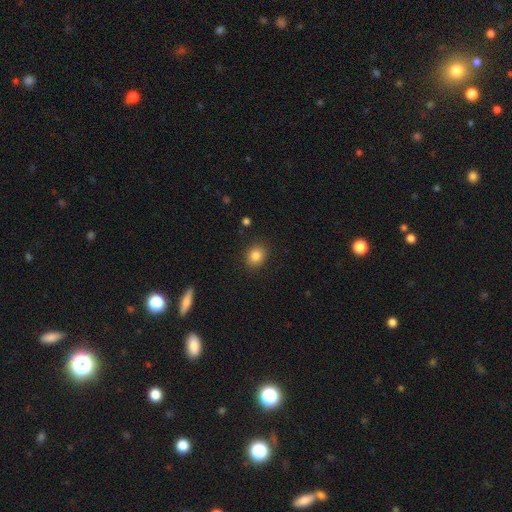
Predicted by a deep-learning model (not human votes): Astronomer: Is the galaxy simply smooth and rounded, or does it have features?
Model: smooth — 85%.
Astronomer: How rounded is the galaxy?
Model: round — 63%.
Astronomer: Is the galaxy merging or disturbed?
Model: none — 88%.